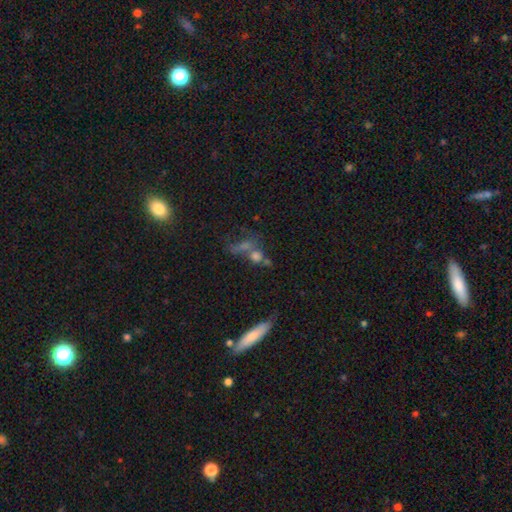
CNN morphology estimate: Smooth or featured: smooth — 57% (featured or disk — 23%)
How rounded: round — 45% (in between — 35%)
Merging: none — 42% (merger — 33%)